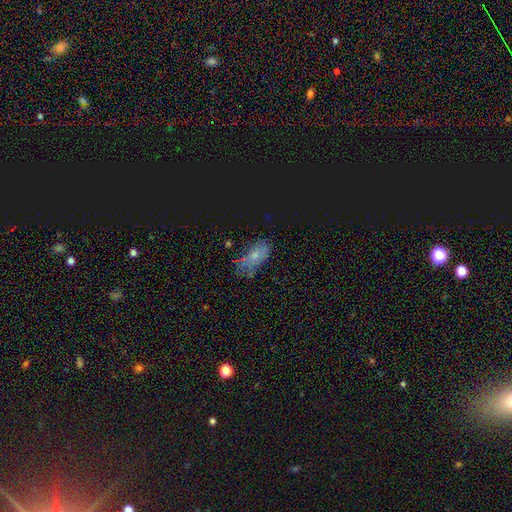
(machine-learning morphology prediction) Overall: smooth (56%; star or artifact 25%). How rounded: in between (87%). Merging: none (58%; minor disturbance 27%).